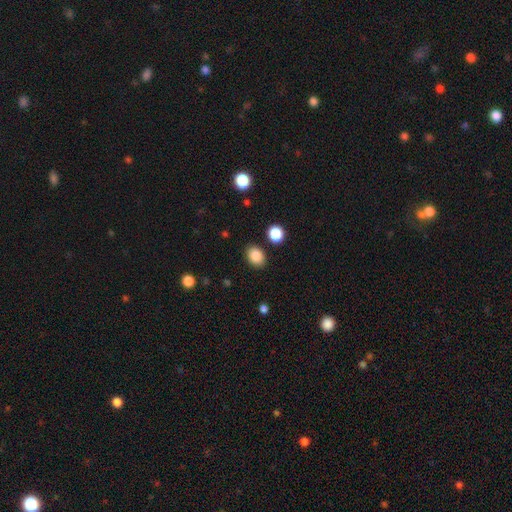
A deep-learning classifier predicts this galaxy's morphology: A smooth galaxy with no disk features (86%) that is in between round and cigar-shaped (62%). Merging: none (86%).